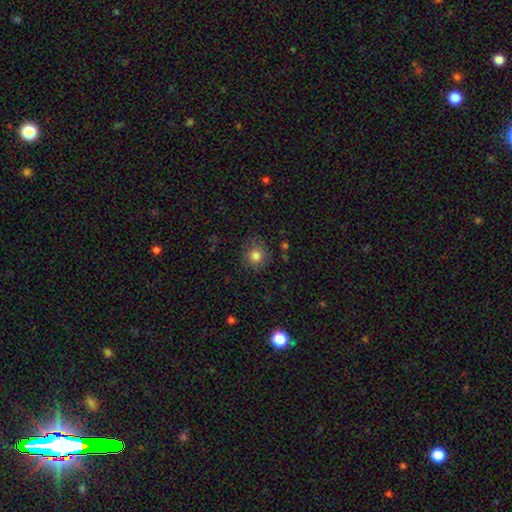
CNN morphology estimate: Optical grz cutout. It shows a smooth galaxy with no disk features (81%) that is round (89%). Merging: none (80%).